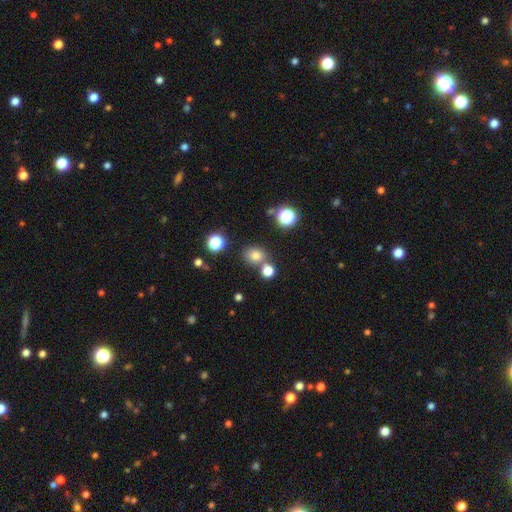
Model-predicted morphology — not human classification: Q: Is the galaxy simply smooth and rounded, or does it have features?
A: smooth — 75%.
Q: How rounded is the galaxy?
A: round — 71%.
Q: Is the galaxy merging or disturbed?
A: none — 69%.